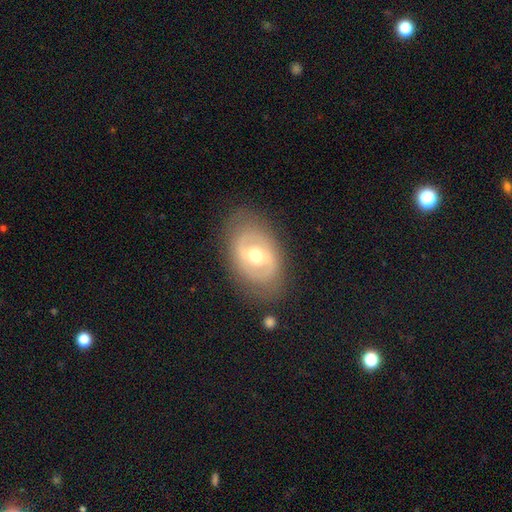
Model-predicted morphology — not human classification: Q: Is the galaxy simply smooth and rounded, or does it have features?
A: featured or disk — 68%.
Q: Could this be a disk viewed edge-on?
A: no — 94%.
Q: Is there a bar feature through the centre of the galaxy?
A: weak — 40%.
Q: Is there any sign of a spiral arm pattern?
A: no — 54%.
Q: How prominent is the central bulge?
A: moderate — 73%.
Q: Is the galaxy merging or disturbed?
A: none — 79%.